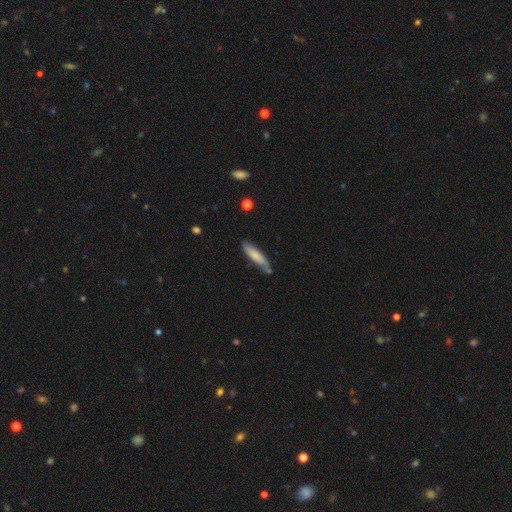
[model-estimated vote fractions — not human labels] smooth 69%, featured or disk 25%, star or artifact 6%. Down the decision tree: how rounded — cigar-shaped (76%); merging — none (67%).